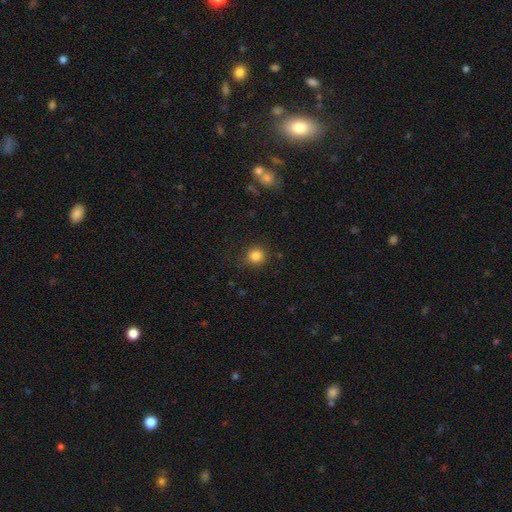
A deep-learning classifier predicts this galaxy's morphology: Smooth or featured?
  - smooth: 84% *
  - star or artifact: 11%
  - featured or disk: 4%
How rounded?
  - round: 90% *
  - in between: 9%
  - cigar-shaped: 1%
Merging?
  - none: 88% *
  - minor disturbance: 8%
  - major disturbance: 3%
  - merger: 1%